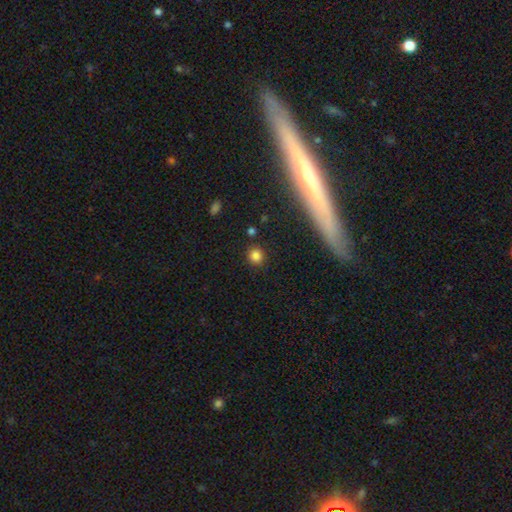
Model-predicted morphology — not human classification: Smooth or featured: smooth — 81% (star or artifact — 14%)
How rounded: round — 89% (in between — 9%)
Merging: none — 87% (minor disturbance — 7%)